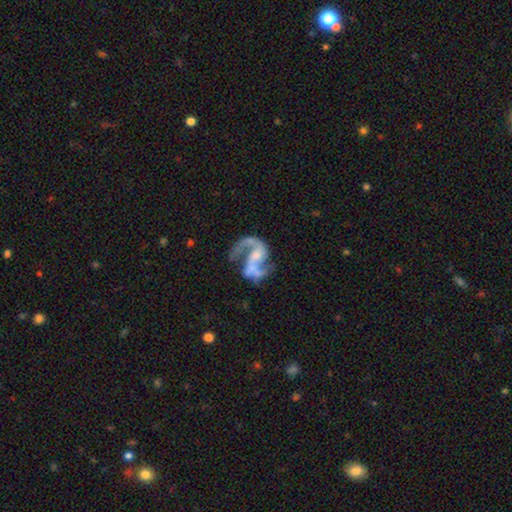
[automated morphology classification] Smooth or featured?
  - featured or disk: 90% *
  - star or artifact: 5%
  - smooth: 5%
Edge-on disk?
  - no: 98% *
  - yes: 2%
Bar?
  - no: 42% *
  - weak: 40%
  - strong: 18%
Spiral arms?
  - yes: 96% *
  - no: 4%
Spiral winding?
  - loose: 47% *
  - medium: 45%
  - tight: 8%
Spiral arm count?
  - 2: 89% *
  - 1: 4%
  - 3: 2%
  - can't tell: 2%
  - 4: 1%
  - more than 4: 1%
Bulge size?
  - small: 40% *
  - moderate: 28%
  - none: 26%
  - large: 4%
  - dominant: 1%
Merging?
  - none: 51% *
  - major disturbance: 22%
  - minor disturbance: 18%
  - merger: 9%